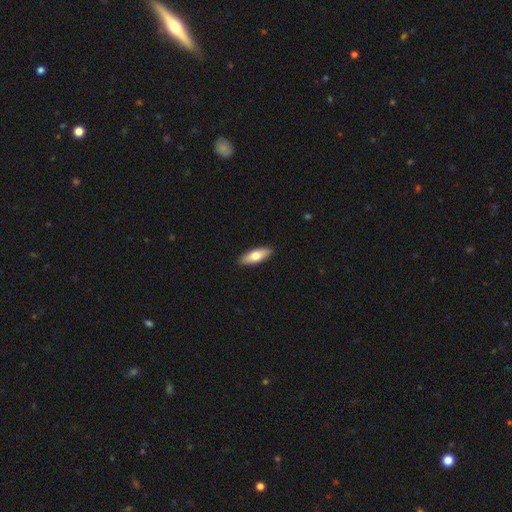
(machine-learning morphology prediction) The model was most divided on "how rounded": in between: 64%, cigar-shaped: 34%, round: 2%. More confident: merging — none (90%); smooth or featured — smooth (72%).